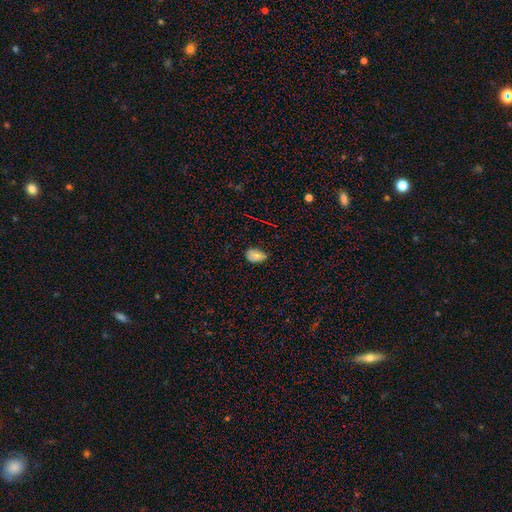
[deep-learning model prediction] Q: Smooth or featured?
A: smooth (80%); runner-up: star or artifact (13%)
Q: How rounded?
A: in between (90%); runner-up: round (9%)
Q: Merging?
A: none (67%); runner-up: minor disturbance (27%)